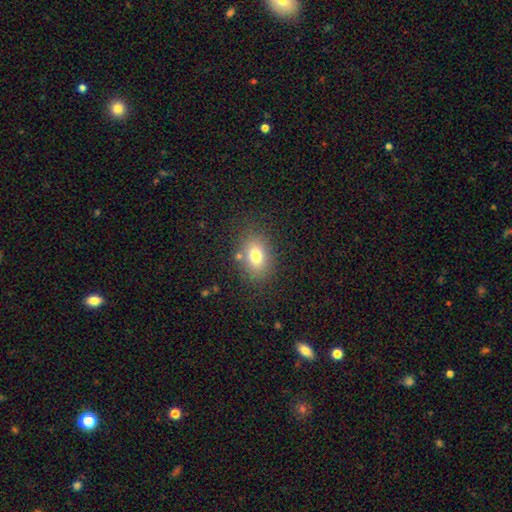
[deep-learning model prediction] Morphology: type=smooth (75%); roundness=in between (72%); merging=none (79%).